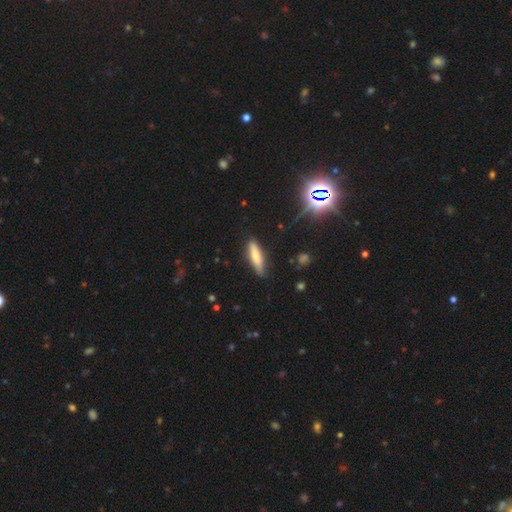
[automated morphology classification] The model was most divided on "smooth or featured": smooth: 65%, featured or disk: 27%, star or artifact: 8%. More confident: merging — none (80%); how rounded — cigar-shaped (71%).